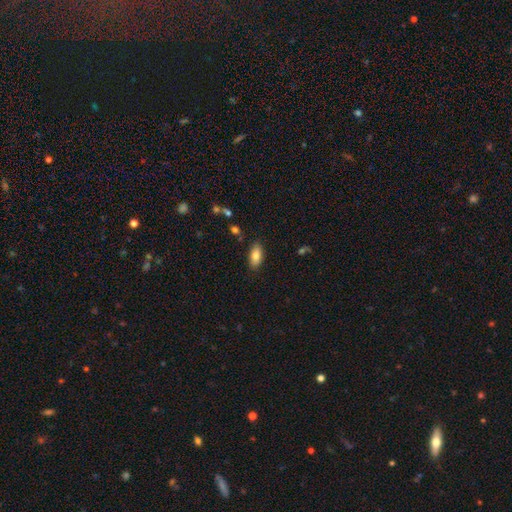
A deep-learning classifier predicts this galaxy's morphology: smooth-or-featured: smooth: 83% | featured or disk: 9% | star or artifact: 8%
  how-rounded: in between: 89% | cigar-shaped: 8% | round: 3%
  merging: none: 85% | minor disturbance: 11% | major disturbance: 2% | merger: 2%